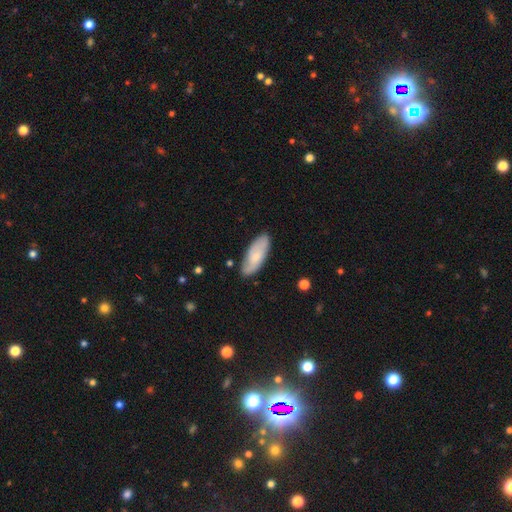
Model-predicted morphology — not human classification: smooth 62%, featured or disk 32%, star or artifact 6%. Down the decision tree: how rounded — in between (79%); merging — none (80%).